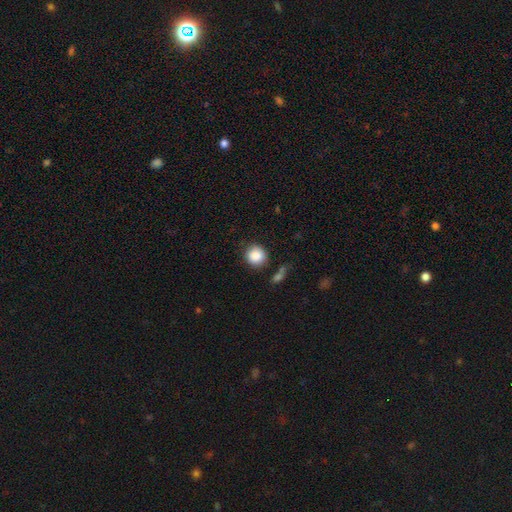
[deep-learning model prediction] Smooth or featured?
  - smooth: 88% *
  - star or artifact: 8%
  - featured or disk: 4%
How rounded?
  - round: 90% *
  - in between: 9%
  - cigar-shaped: 1%
Merging?
  - none: 80% *
  - minor disturbance: 12%
  - merger: 5%
  - major disturbance: 4%